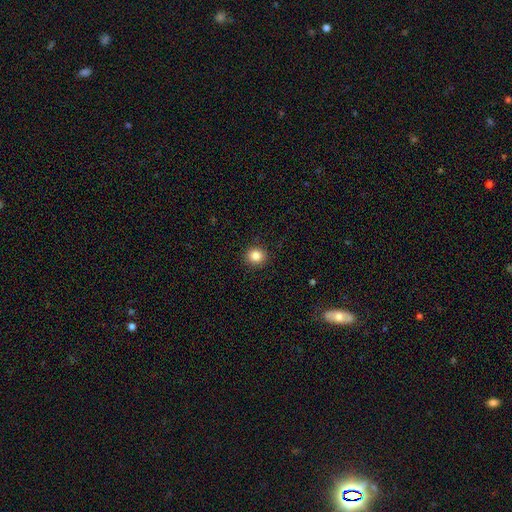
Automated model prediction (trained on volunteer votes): Smooth or featured?
  - smooth: 85% *
  - star or artifact: 11%
  - featured or disk: 4%
How rounded?
  - round: 85% *
  - in between: 14%
  - cigar-shaped: 1%
Merging?
  - none: 92% *
  - minor disturbance: 6%
  - major disturbance: 2%
  - merger: 1%